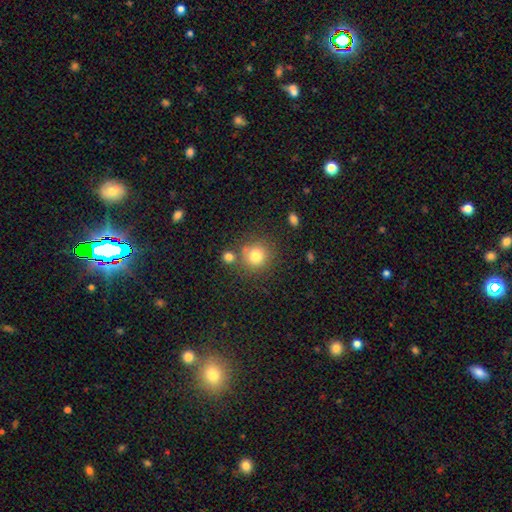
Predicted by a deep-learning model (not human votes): Morphology: type=smooth (78%); roundness=round (91%); merging=none (74%).